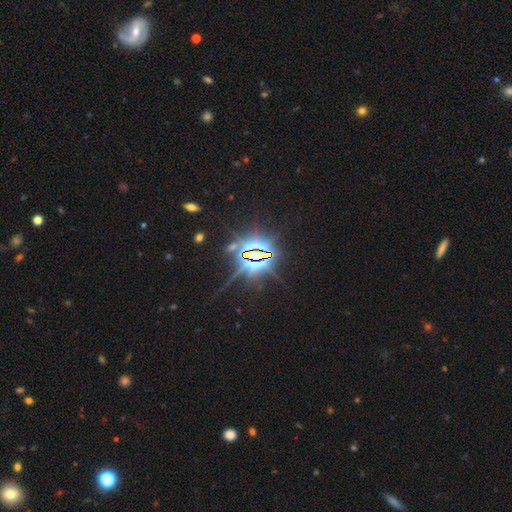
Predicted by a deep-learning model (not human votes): Smooth or featured?
  - star or artifact: 86% *
  - smooth: 7%
  - featured or disk: 7%